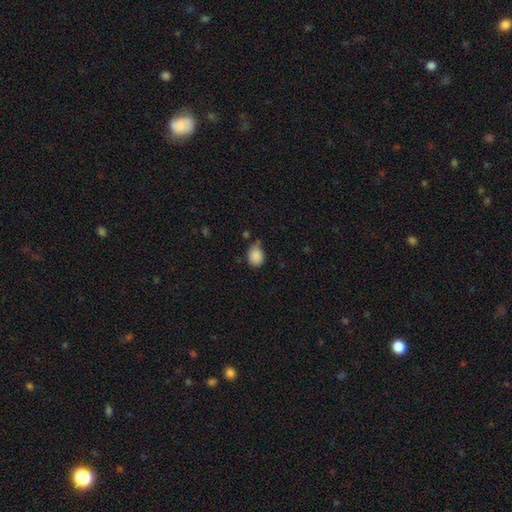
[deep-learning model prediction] A smooth galaxy with no disk features (88%) that is round (52%).

Vote fractions:
- Smooth or featured? smooth: 88% / star or artifact: 9% / featured or disk: 4%
- How rounded? round: 52% / in between: 47% / cigar-shaped: 1%
- Merging? none: 64% / minor disturbance: 26% / merger: 5% / major disturbance: 5%